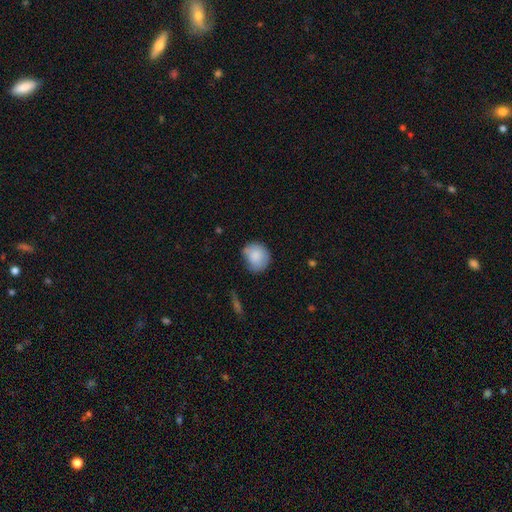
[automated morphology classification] This appears to be a smooth galaxy with no disk features (85%) that is round (80%). Merging: none (64%).